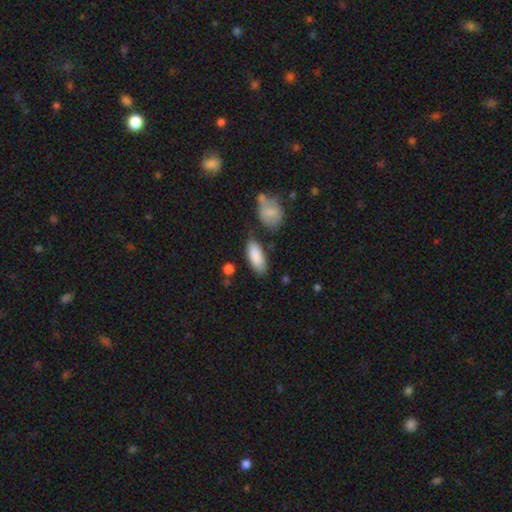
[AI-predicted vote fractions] A smooth galaxy with no disk features (87%) that is in between round and cigar-shaped (84%). Merging: none (72%).